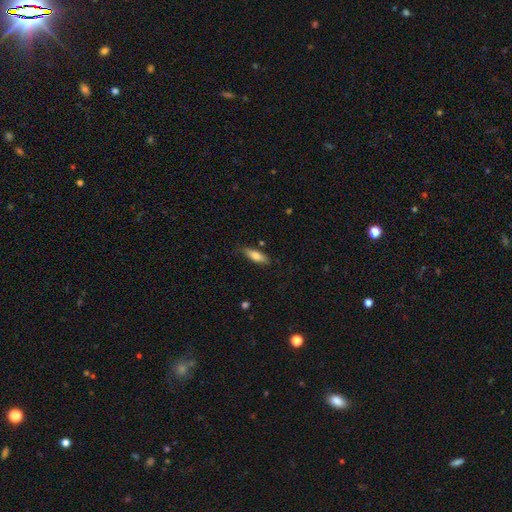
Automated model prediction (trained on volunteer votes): Smooth or featured: smooth — 74% (featured or disk — 20%)
How rounded: in between — 51% (cigar-shaped — 47%)
Merging: none — 80% (minor disturbance — 15%)